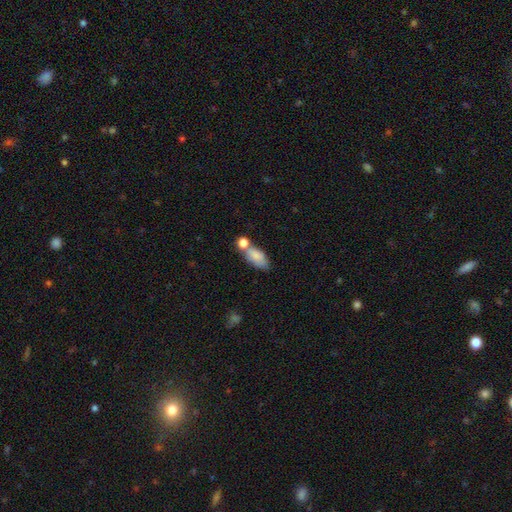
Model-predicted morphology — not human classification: Smooth or featured: smooth — 80% (featured or disk — 13%)
How rounded: in between — 83% (cigar-shaped — 12%)
Merging: none — 43% (merger — 32%)